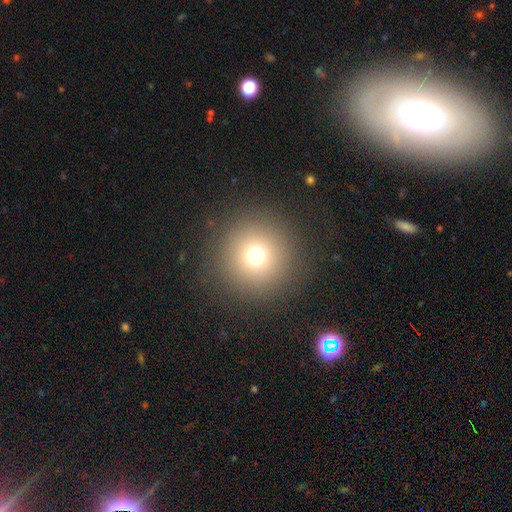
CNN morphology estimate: A smooth galaxy with no disk features (72%) that is round (96%).

Vote fractions:
- Smooth or featured? smooth: 72% / star or artifact: 18% / featured or disk: 9%
- How rounded? round: 96% / in between: 3% / cigar-shaped: 1%
- Merging? none: 90% / minor disturbance: 5% / major disturbance: 3% / merger: 1%